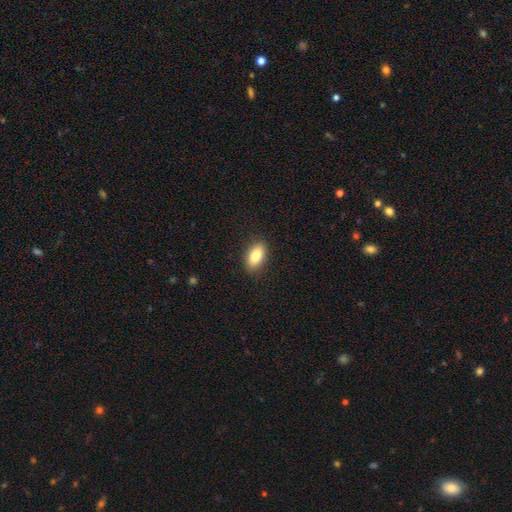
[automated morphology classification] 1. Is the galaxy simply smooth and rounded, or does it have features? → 85% smooth, 8% featured or disk, 7% star or artifact.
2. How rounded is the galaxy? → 90% in between, 5% cigar-shaped, 5% round.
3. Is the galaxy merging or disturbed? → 88% none, 9% minor disturbance, 2% major disturbance, 1% merger.